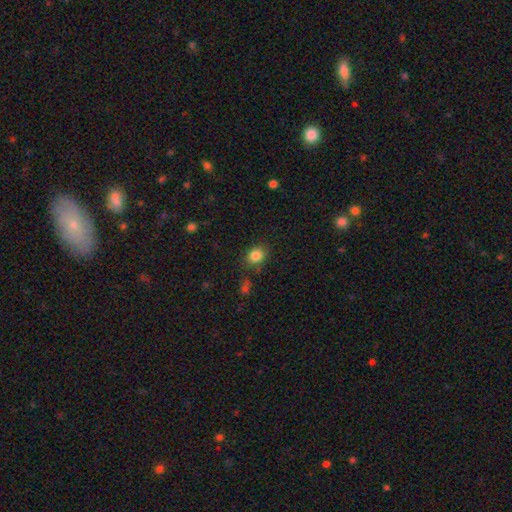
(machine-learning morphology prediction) Smooth or featured? Predicted: smooth (p=0.83). How rounded? Predicted: round (p=0.57). Merging? Predicted: none (p=0.80).